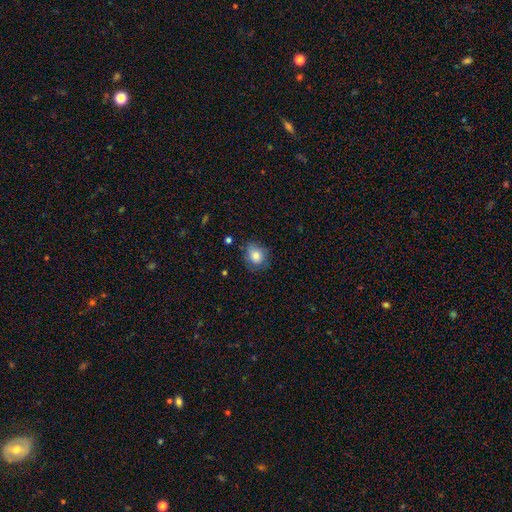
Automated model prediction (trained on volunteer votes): A smooth galaxy with no disk features (82%) that is round (63%). Merging: none (72%).